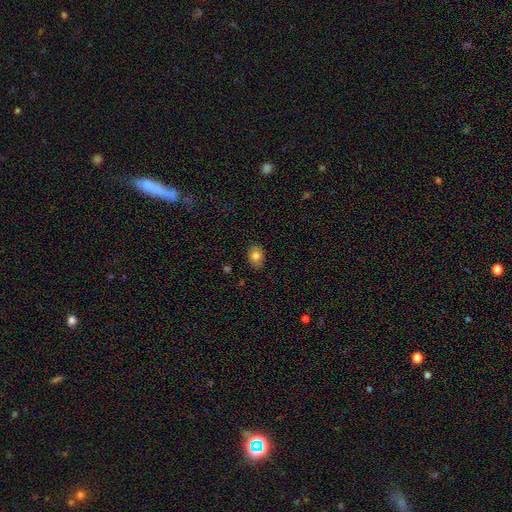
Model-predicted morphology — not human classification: Smooth or featured?
  - smooth: 81% *
  - featured or disk: 9%
  - star or artifact: 9%
How rounded?
  - in between: 64% *
  - round: 35%
  - cigar-shaped: 1%
Merging?
  - none: 85% *
  - minor disturbance: 12%
  - major disturbance: 2%
  - merger: 1%